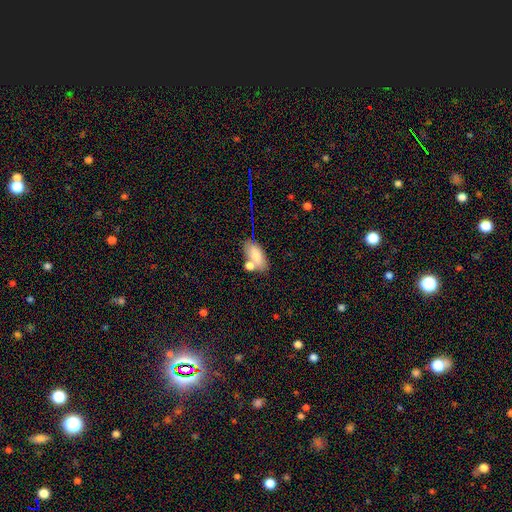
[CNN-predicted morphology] type=smooth (77%); roundness=in between (89%); merging=none (55%).